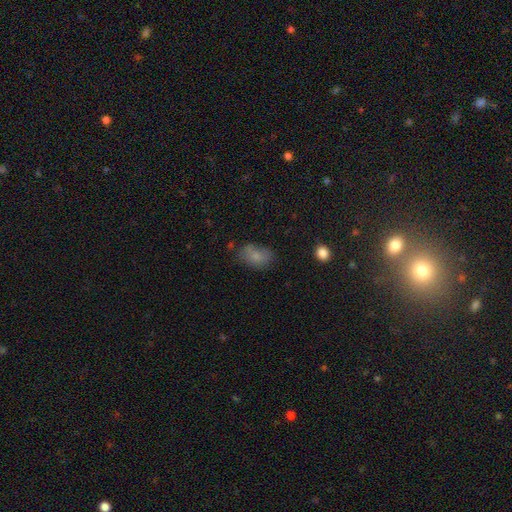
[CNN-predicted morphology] Smooth or featured? Predicted: smooth (p=0.77). How rounded? Predicted: in between (p=0.85). Merging? Predicted: none (p=0.59).